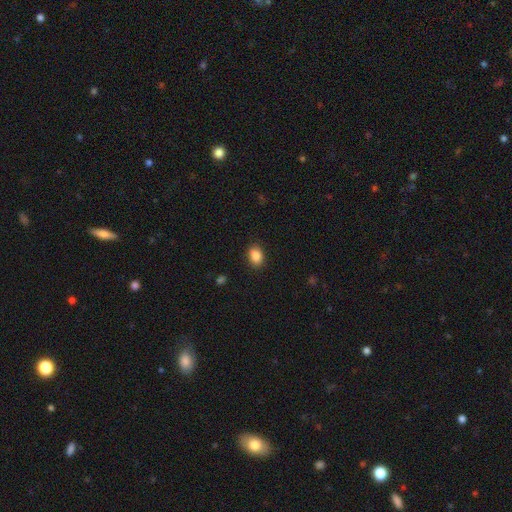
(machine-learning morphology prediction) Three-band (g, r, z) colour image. It shows a smooth galaxy with no disk features (88%) that is in between round and cigar-shaped (73%). Merging: none (87%).